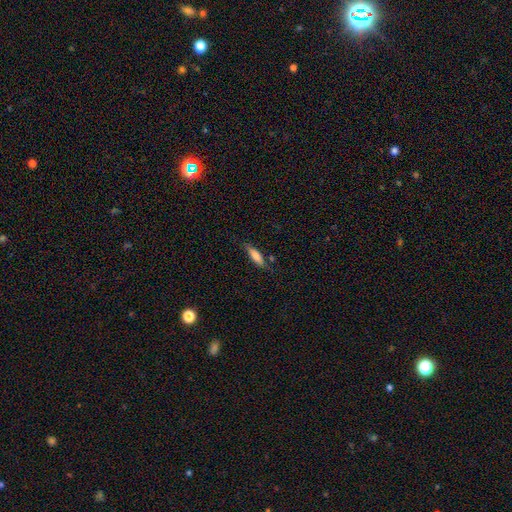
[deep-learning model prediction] A smooth galaxy with no disk features (73%) that is cigar-shaped (61%). Merging: none (72%).